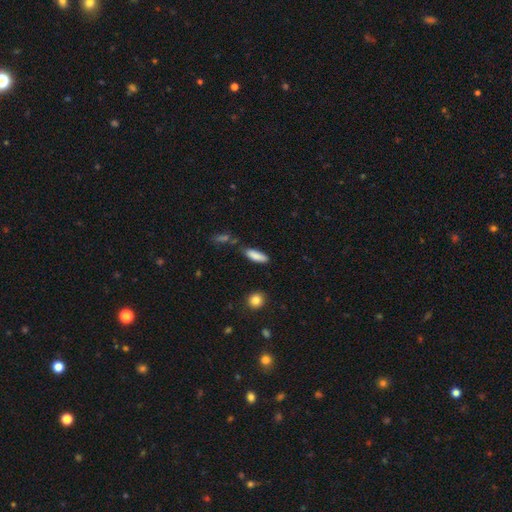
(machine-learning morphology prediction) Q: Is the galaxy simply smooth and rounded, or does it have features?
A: smooth — 85%.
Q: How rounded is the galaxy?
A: in between — 53%.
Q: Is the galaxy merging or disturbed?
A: none — 74%.